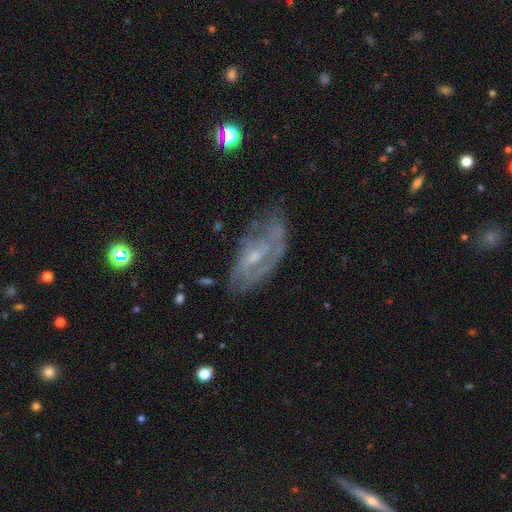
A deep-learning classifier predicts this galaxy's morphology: featured or disk 75%, smooth 17%, star or artifact 8%. Down the decision tree: edge-on disk — no (91%); bar — weak (45%); spiral arms — yes (78%); spiral arm count — can't tell (40%); spiral winding — tight (42%); bulge size — small (63%); merging — none (58%).